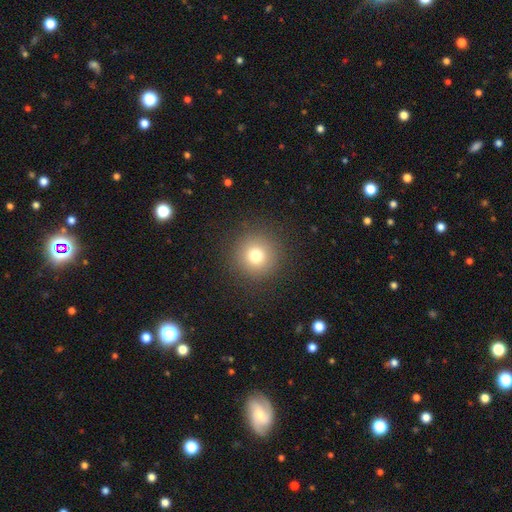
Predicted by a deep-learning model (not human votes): Overall: smooth (77%). How rounded: round (95%). Merging: none (90%).